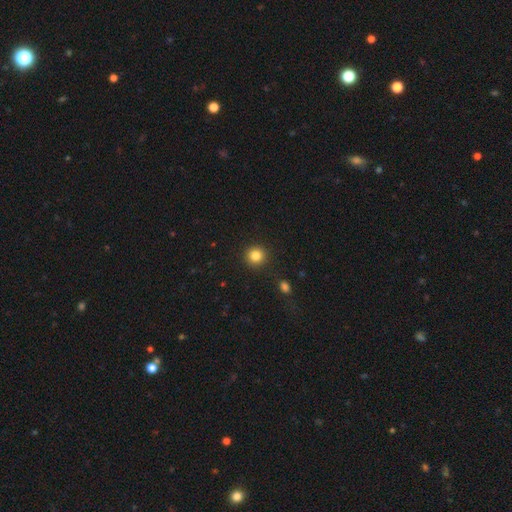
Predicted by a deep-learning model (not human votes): This appears to be a smooth galaxy with no disk features (84%) that is round (94%). Merging: none (91%).